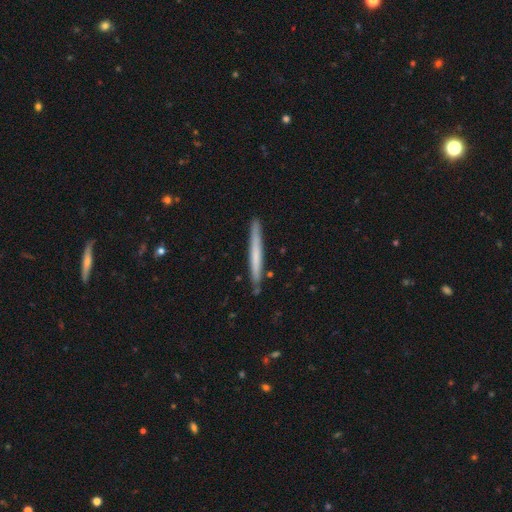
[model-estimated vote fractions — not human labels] A featured or disk galaxy (47%). Merging: none (87%).